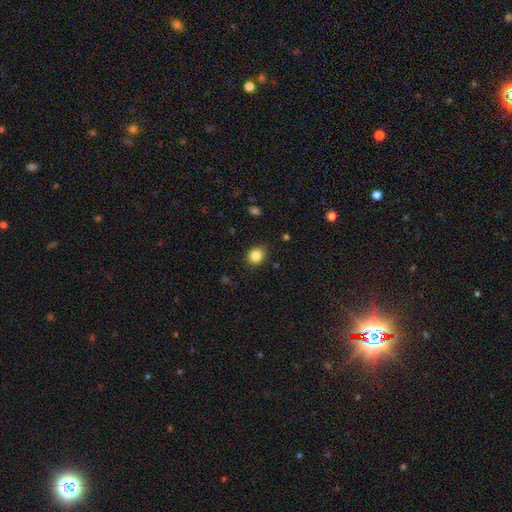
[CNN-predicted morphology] This is clearly a smooth galaxy (85%). How rounded: likely round (67%). Merging: clearly none (85%).